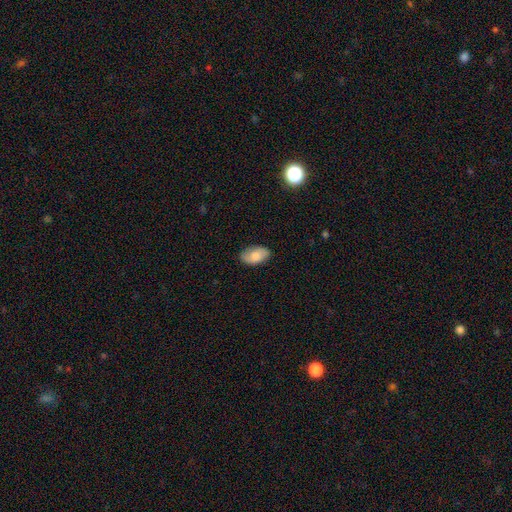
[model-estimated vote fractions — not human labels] Q: Smooth or featured?
A: smooth (75%); runner-up: featured or disk (17%)
Q: How rounded?
A: in between (94%); runner-up: round (4%)
Q: Merging?
A: none (83%); runner-up: minor disturbance (13%)